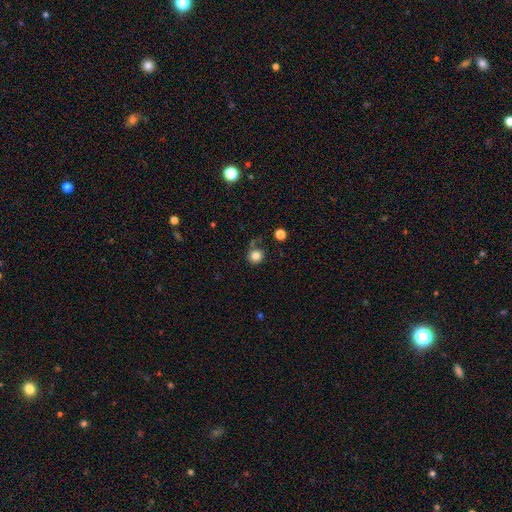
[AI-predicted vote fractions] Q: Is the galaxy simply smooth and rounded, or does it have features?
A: smooth — 81%.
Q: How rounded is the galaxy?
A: round — 90%.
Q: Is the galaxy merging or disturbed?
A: none — 73%.